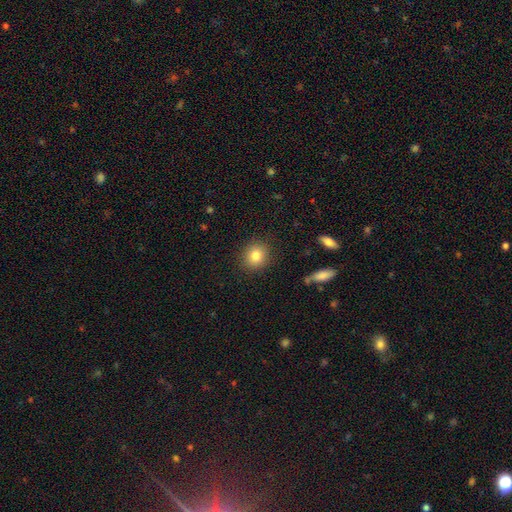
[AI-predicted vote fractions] Smooth or featured: smooth — 82% (star or artifact — 10%)
How rounded: round — 83% (in between — 16%)
Merging: none — 89% (minor disturbance — 7%)